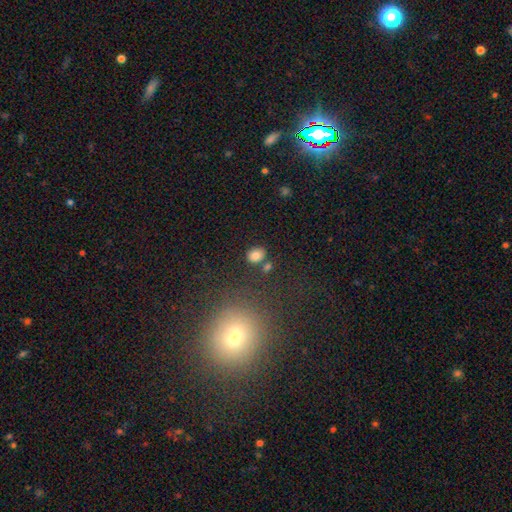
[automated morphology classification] This appears to be a smooth galaxy with no disk features (83%) that is in between round and cigar-shaped (51%). Merging: none (74%).